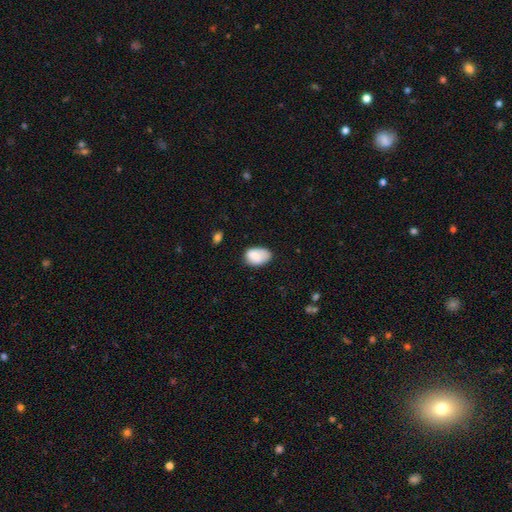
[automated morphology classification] Smooth or featured? Predicted: smooth (p=0.84). How rounded? Predicted: in between (p=0.88). Merging? Predicted: none (p=0.57).